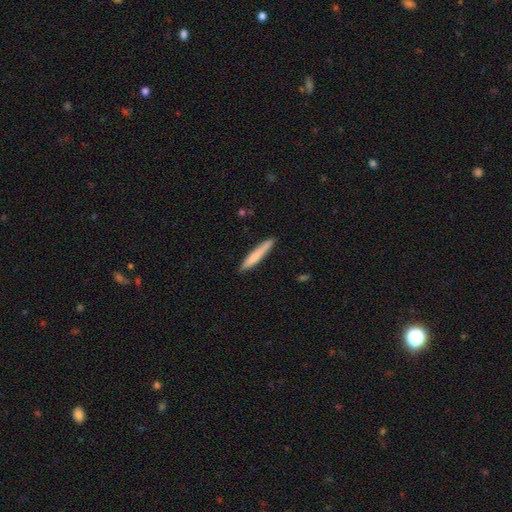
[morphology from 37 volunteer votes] Smooth or featured?
  - smooth: 76% *
  - featured or disk: 22%
  - star or artifact: 3%
How rounded?
  - cigar-shaped: 100% *
  - round: 0%
  - in between: 0%
Merging?
  - none: 86% *
  - minor disturbance: 11%
  - major disturbance: 3%
  - merger: 0%